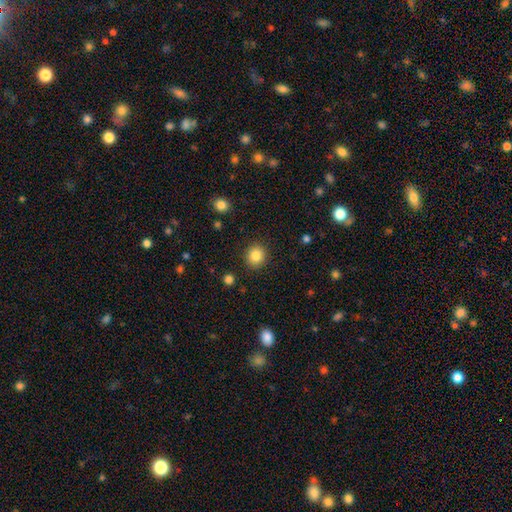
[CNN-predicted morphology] type=smooth (85%); roundness=round (87%); merging=none (90%).